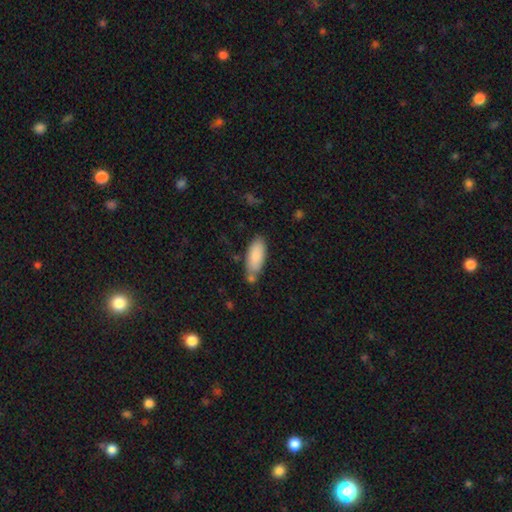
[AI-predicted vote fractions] Smooth or featured: smooth — 85% (featured or disk — 9%)
How rounded: in between — 79% (cigar-shaped — 19%)
Merging: none — 63% (minor disturbance — 20%)